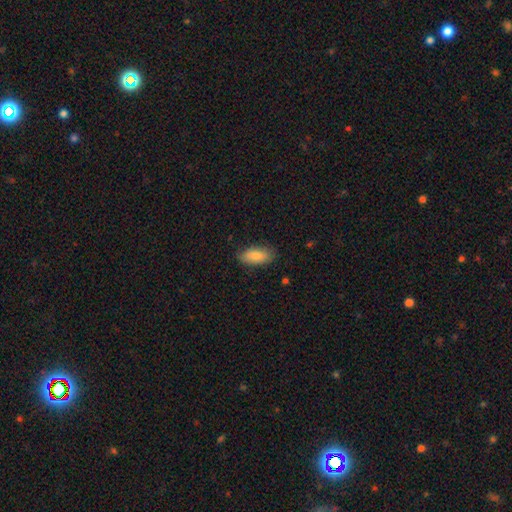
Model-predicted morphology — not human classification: The model was most divided on "merging": none: 81%, minor disturbance: 15%, major disturbance: 3%, merger: 1%. More confident: how rounded — in between (87%); smooth or featured — smooth (83%).